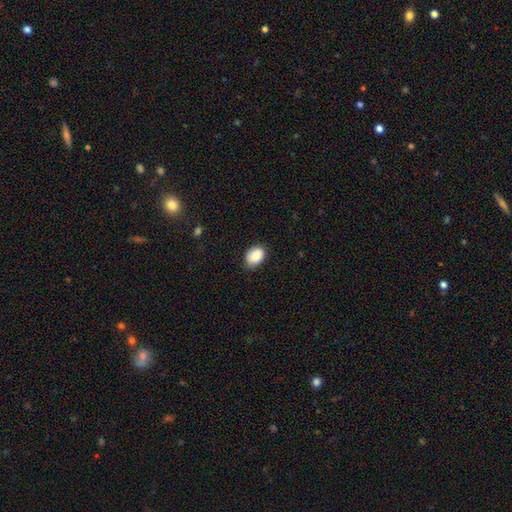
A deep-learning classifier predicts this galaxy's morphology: This is clearly a smooth galaxy (87%). How rounded: likely in between (78%). Merging: likely none (78%).